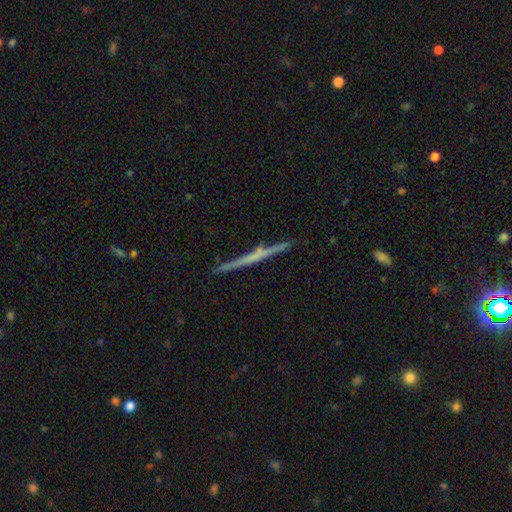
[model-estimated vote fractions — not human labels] Smooth or featured? Predicted: featured or disk (p=0.66). Edge-on disk? Predicted: yes (p=0.98). Edge-on bulge? Predicted: none (p=0.71). Merging? Predicted: none (p=0.90).